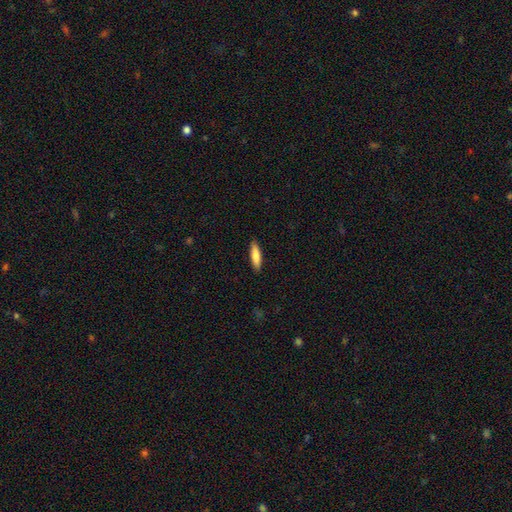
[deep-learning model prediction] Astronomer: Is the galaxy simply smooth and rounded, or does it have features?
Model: smooth — 84%.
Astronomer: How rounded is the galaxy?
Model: cigar-shaped — 70%.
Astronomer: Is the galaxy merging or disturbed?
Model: none — 90%.